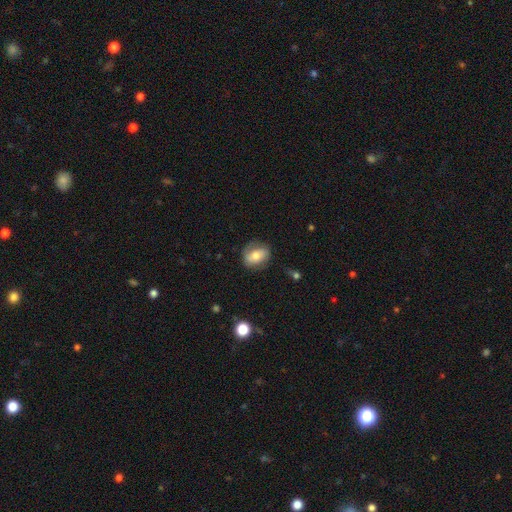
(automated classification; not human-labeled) smooth_or_featured: smooth (p=0.58) [alt: featured or disk p=0.34]
how_rounded: in between (p=0.67) [alt: round p=0.31]
merging: none (p=0.71) [alt: minor disturbance p=0.20]